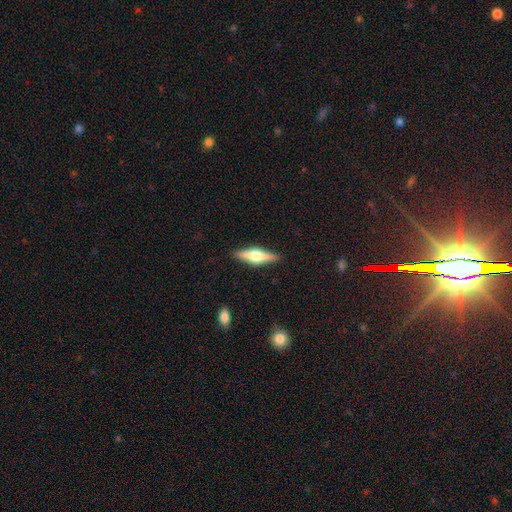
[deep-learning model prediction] A featured or disk galaxy (63%) viewed edge-on (96%) with a rounded central bulge (90%).

Vote fractions:
- Smooth or featured? featured or disk: 63% / smooth: 31% / star or artifact: 6%
- Edge-on disk? yes: 96% / no: 4%
- Edge-on bulge? rounded: 90% / boxy: 8% / none: 2%
- Merging? none: 89% / minor disturbance: 8% / major disturbance: 2% / merger: 1%